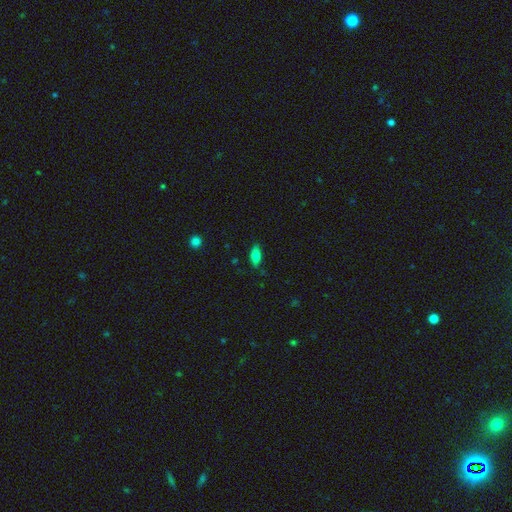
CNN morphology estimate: Smooth or featured?
  - smooth: 76% *
  - featured or disk: 16%
  - star or artifact: 8%
How rounded?
  - in between: 83% *
  - cigar-shaped: 13%
  - round: 3%
Merging?
  - none: 84% *
  - minor disturbance: 12%
  - major disturbance: 2%
  - merger: 1%